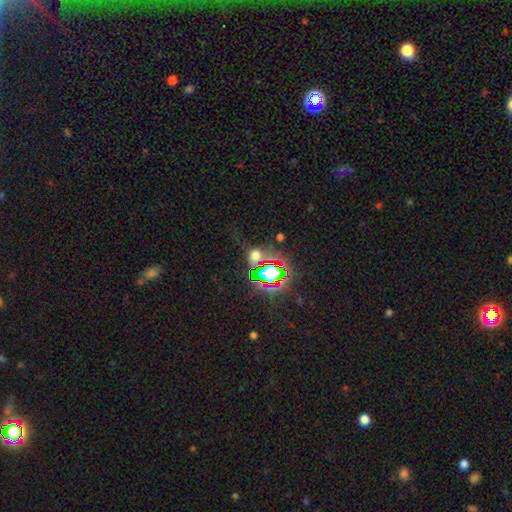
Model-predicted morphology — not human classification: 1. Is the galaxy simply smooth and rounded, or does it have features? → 50% star or artifact, 37% smooth, 14% featured or disk.